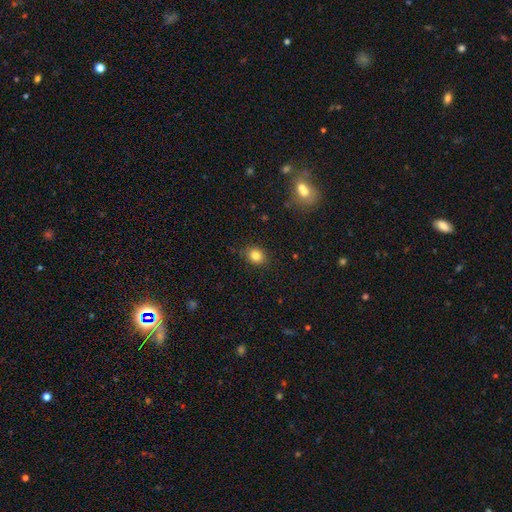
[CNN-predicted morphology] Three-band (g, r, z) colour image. It shows a smooth galaxy with no disk features (83%) that is round (52%). Merging: none (85%).